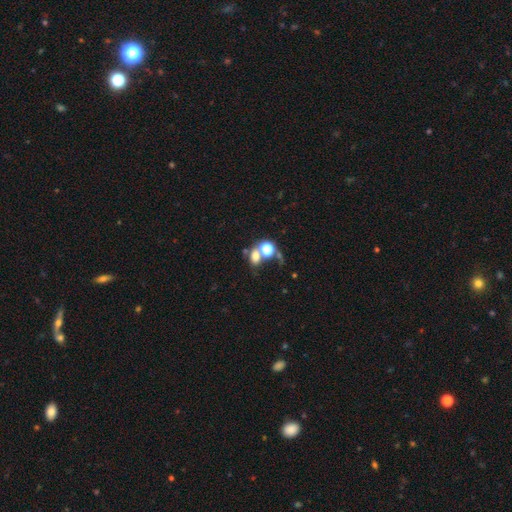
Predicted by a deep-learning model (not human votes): Smooth or featured? Predicted: smooth (p=0.64). How rounded? Predicted: in between (p=0.55). Merging? Predicted: merger (p=0.40, tied with none).